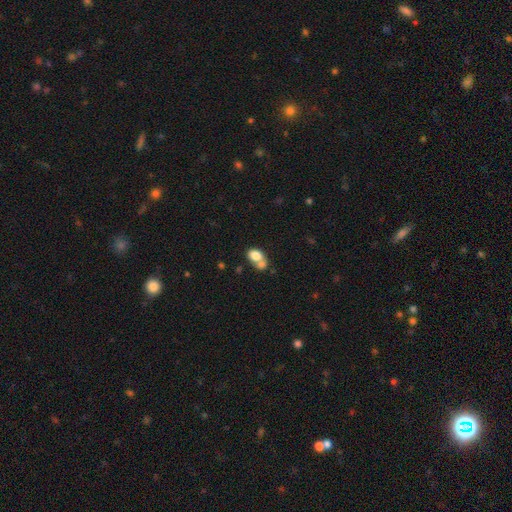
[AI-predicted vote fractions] This appears to be a smooth galaxy with no disk features (77%) that is in between round and cigar-shaped (69%). Merging: merger (55%).